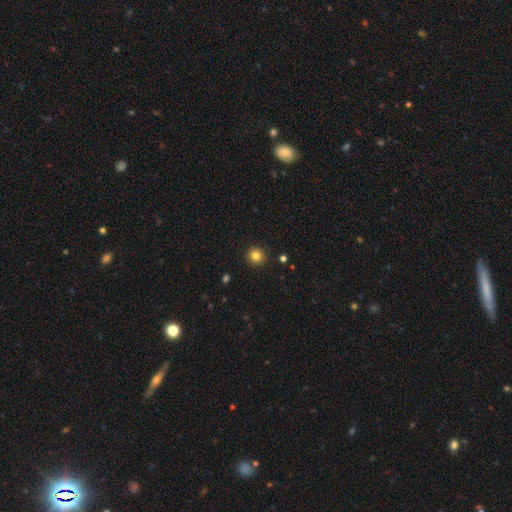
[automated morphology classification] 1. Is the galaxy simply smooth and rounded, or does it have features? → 82% smooth, 11% star or artifact, 6% featured or disk.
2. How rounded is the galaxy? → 90% round, 9% in between, 1% cigar-shaped.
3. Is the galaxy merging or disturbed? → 92% none, 5% minor disturbance, 2% major disturbance, 1% merger.